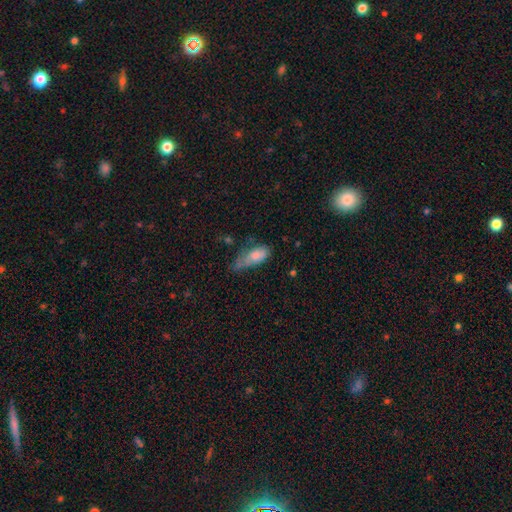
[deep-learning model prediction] A smooth galaxy with no disk features (76%) that is in between round and cigar-shaped (79%).

Vote fractions:
- Smooth or featured? smooth: 76% / featured or disk: 17% / star or artifact: 8%
- How rounded? in between: 79% / cigar-shaped: 17% / round: 3%
- Merging? minor disturbance: 39% / major disturbance: 29% / none: 26% / merger: 6%